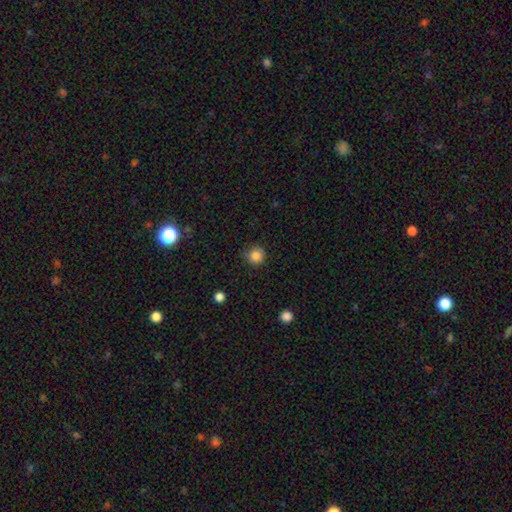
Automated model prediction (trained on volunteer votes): This appears to be a smooth galaxy with no disk features (85%) that is round (94%). Merging: none (86%).